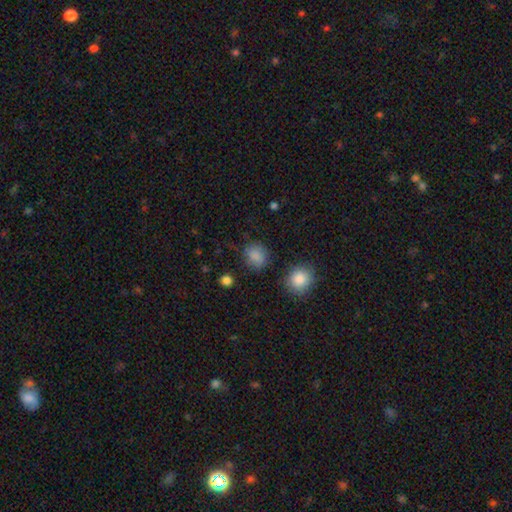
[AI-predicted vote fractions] This appears to be a smooth galaxy with no disk features (84%) that is round (76%). Merging: none (77%).